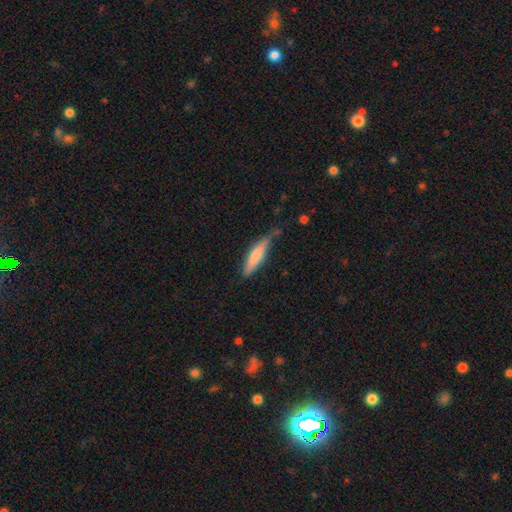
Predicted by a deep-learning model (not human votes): Smooth or featured?
  - smooth: 71% *
  - featured or disk: 24%
  - star or artifact: 5%
How rounded?
  - cigar-shaped: 82% *
  - in between: 17%
  - round: 1%
Merging?
  - none: 70% *
  - minor disturbance: 22%
  - major disturbance: 4%
  - merger: 3%